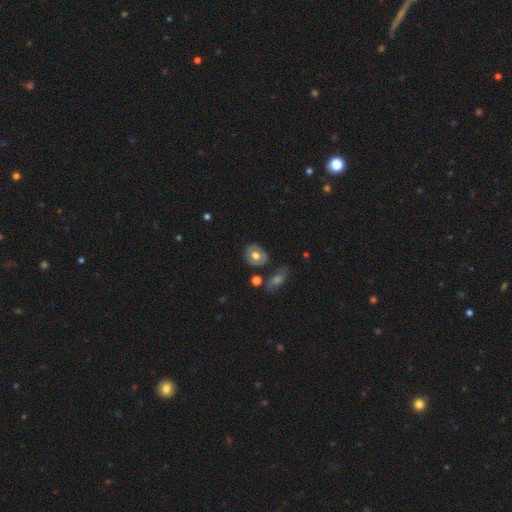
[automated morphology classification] This appears to be a smooth galaxy with no disk features (58%) that is round (56%). Merging: none (77%).